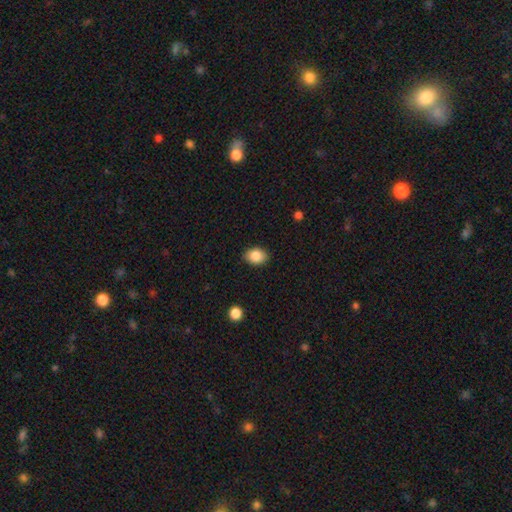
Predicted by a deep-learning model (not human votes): Overall: smooth (86%). How rounded: in between (69%; round 30%). Merging: none (87%).